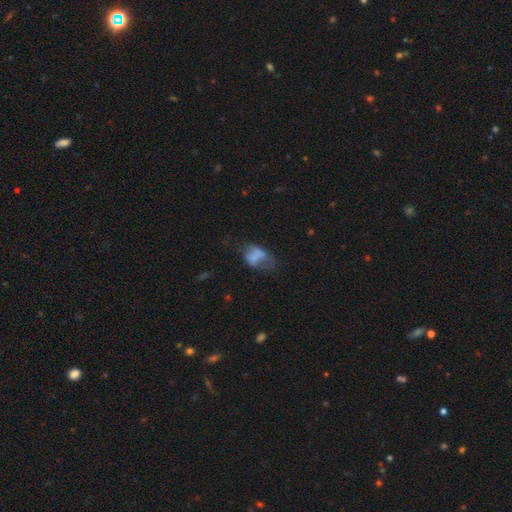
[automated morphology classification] smooth_or_featured: smooth (p=0.54) [alt: featured or disk p=0.34]
how_rounded: in between (p=0.82) [alt: round p=0.16]
merging: major disturbance (p=0.34) [alt: none p=0.26]